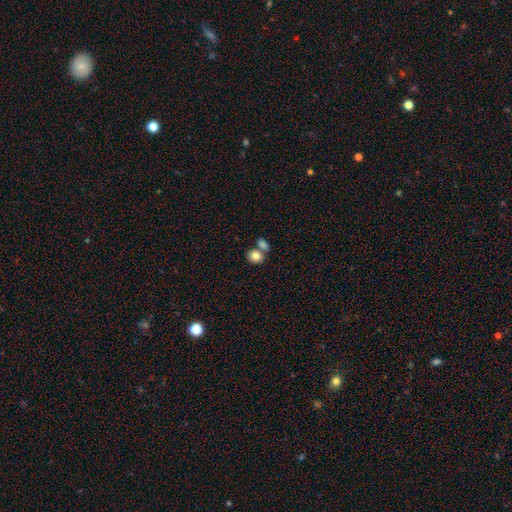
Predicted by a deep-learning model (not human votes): Overall: smooth (82%). How rounded: round (57%; in between 41%). Merging: none (47%; merger 41%).